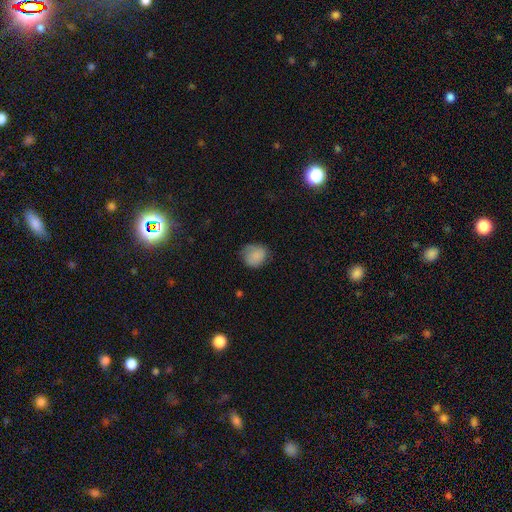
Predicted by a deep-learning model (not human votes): A smooth galaxy with no disk features (83%) that is round (70%). Merging: none (63%).